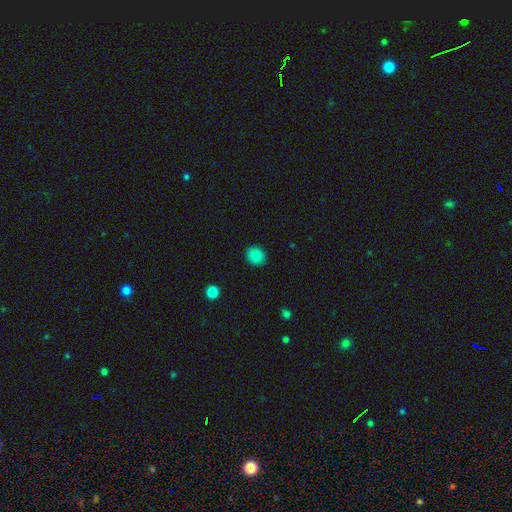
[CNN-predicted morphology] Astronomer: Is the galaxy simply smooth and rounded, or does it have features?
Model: smooth — 85%.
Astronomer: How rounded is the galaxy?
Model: round — 83%.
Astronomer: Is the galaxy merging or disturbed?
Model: none — 91%.